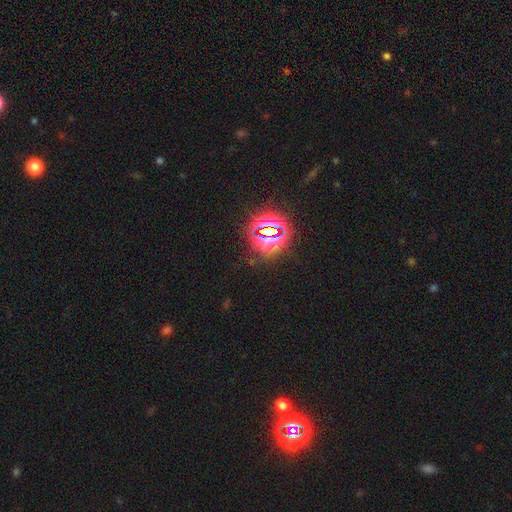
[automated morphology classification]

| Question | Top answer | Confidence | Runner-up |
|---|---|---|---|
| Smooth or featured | star or artifact | 81% | smooth (12%) |